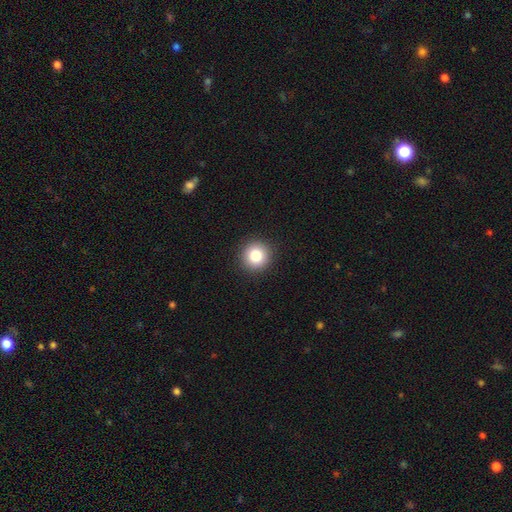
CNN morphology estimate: Smooth or featured? Predicted: smooth (p=0.83). How rounded? Predicted: round (p=0.93). Merging? Predicted: none (p=0.92).